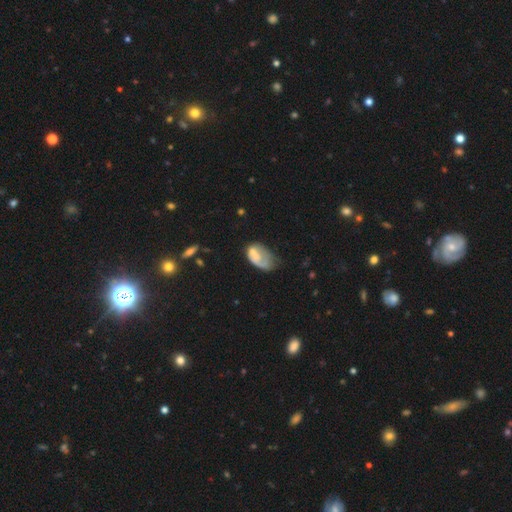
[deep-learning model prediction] Q: Smooth or featured?
A: smooth (55%); runner-up: featured or disk (37%)
Q: How rounded?
A: in between (89%); runner-up: round (9%)
Q: Merging?
A: major disturbance (40%); runner-up: minor disturbance (30%)